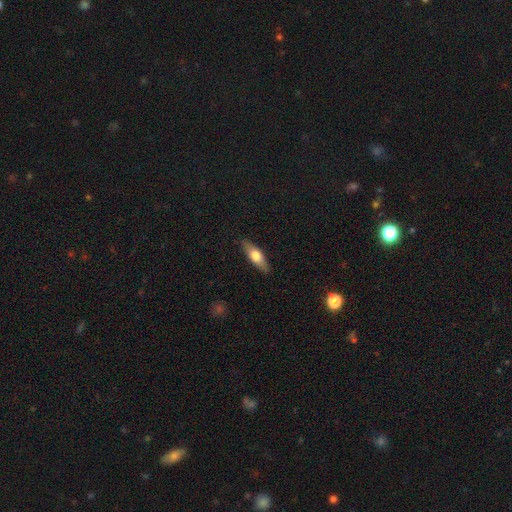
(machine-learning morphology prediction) Smooth or featured? Predicted: smooth (p=0.61). How rounded? Predicted: in between (p=0.52). Merging? Predicted: none (p=0.87).